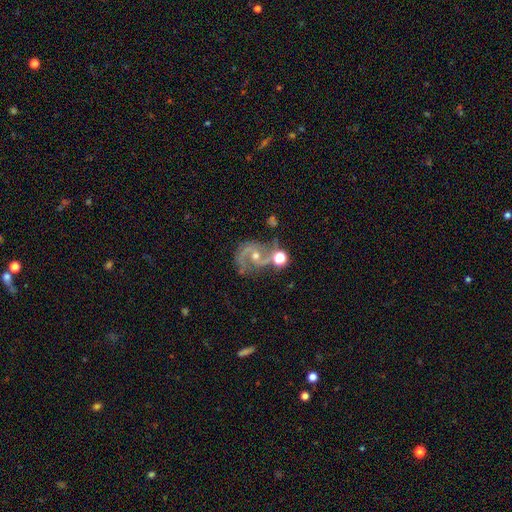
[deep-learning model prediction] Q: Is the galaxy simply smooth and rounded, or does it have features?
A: featured or disk — 83%.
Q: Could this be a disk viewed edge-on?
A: no — 98%.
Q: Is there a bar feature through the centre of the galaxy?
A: no — 48%.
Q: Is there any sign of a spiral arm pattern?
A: yes — 94%.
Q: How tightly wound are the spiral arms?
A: medium — 55%.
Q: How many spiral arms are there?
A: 2 — 81%.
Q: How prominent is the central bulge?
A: moderate — 51%.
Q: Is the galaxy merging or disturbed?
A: none — 52%.